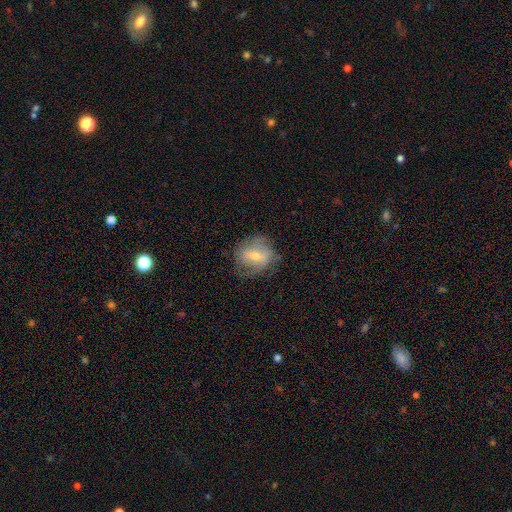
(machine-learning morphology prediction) Smooth or featured? featured or disk (48%)
Merging? none (64%)